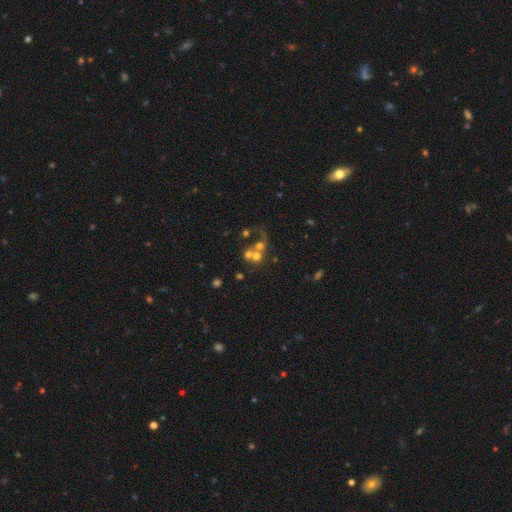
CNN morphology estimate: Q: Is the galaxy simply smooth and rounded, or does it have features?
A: smooth — 47%.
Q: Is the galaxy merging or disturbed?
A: merger — 57%.